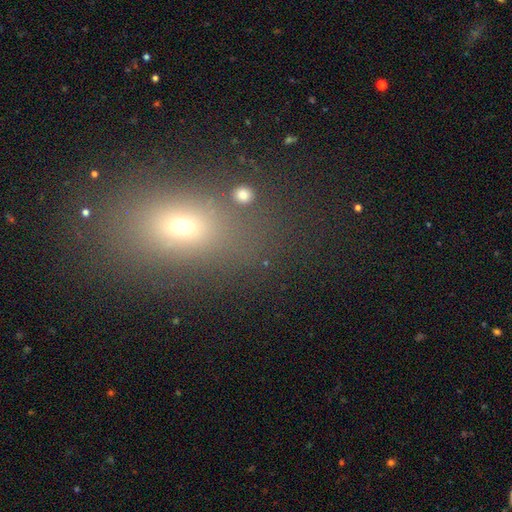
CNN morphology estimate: Smooth or featured? Predicted: smooth (p=0.57). How rounded? Predicted: in between (p=0.66). Merging? Predicted: none (p=0.77).